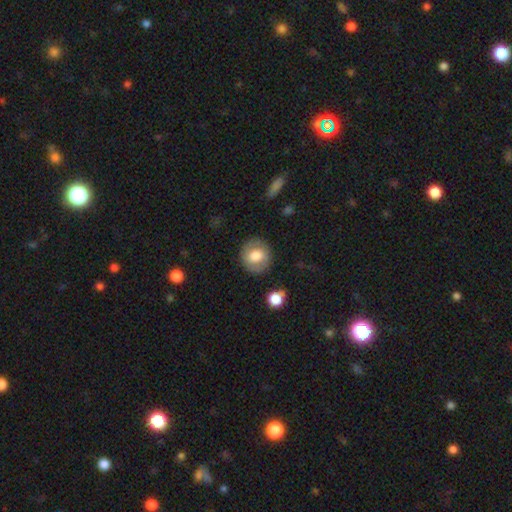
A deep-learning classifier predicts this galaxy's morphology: smooth-or-featured: smooth: 69% | featured or disk: 24% | star or artifact: 8%
  how-rounded: round: 83% | in between: 16% | cigar-shaped: 1%
  merging: none: 84% | minor disturbance: 11% | major disturbance: 4% | merger: 2%